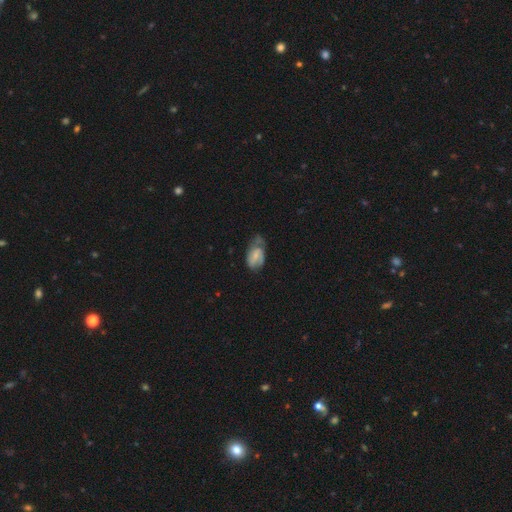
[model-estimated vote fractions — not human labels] A featured or disk galaxy (52%) with no bar (47%), spiral arms (77%) and a small central bulge (55%). Merging: minor disturbance (37%).